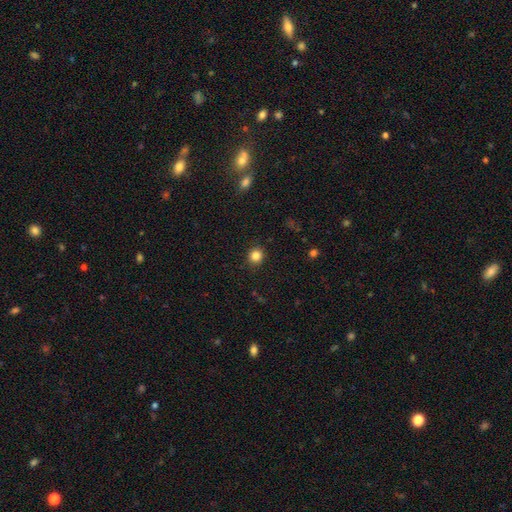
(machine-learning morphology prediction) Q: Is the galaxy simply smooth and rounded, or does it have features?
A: smooth — 84%.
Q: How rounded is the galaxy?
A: round — 88%.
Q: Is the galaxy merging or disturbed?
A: none — 91%.